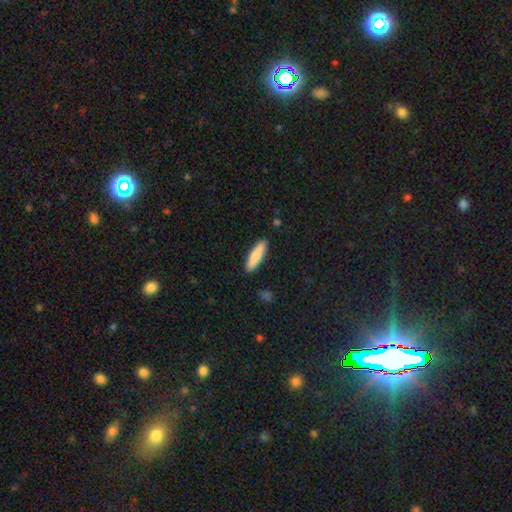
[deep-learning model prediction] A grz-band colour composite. It shows a smooth galaxy with no disk features (81%) that is cigar-shaped (72%). Merging: none (89%).